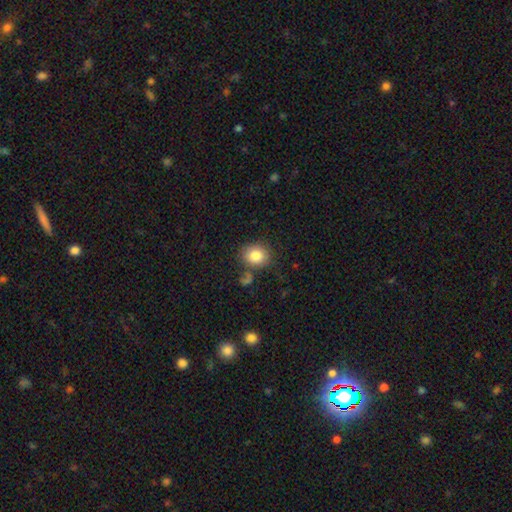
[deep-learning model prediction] A smooth galaxy with no disk features (82%) that is round (64%).

Vote fractions:
- Smooth or featured? smooth: 82% / star or artifact: 9% / featured or disk: 8%
- How rounded? round: 64% / in between: 36% / cigar-shaped: 1%
- Merging? none: 76% / minor disturbance: 14% / merger: 6% / major disturbance: 4%